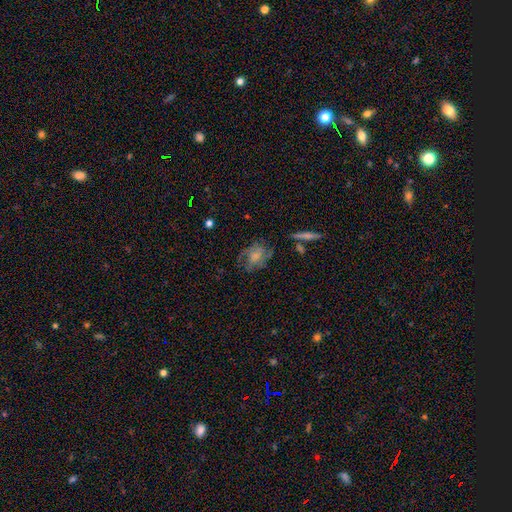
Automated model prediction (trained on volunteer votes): featured or disk 53%, smooth 37%, star or artifact 10%. Down the decision tree: edge-on disk — no (95%); bar — no (71%); spiral arms — yes (73%); bulge size — small (38%); merging — none (53%).